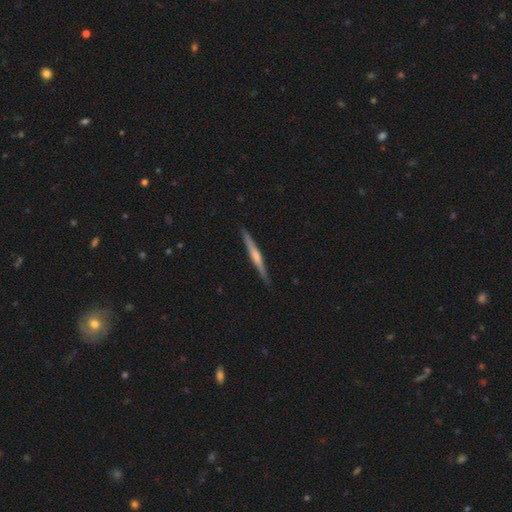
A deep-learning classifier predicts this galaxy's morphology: Smooth or featured? featured or disk (62%)
Edge-on disk? yes (98%)
Edge-on bulge? rounded (59%)
Merging? none (90%)